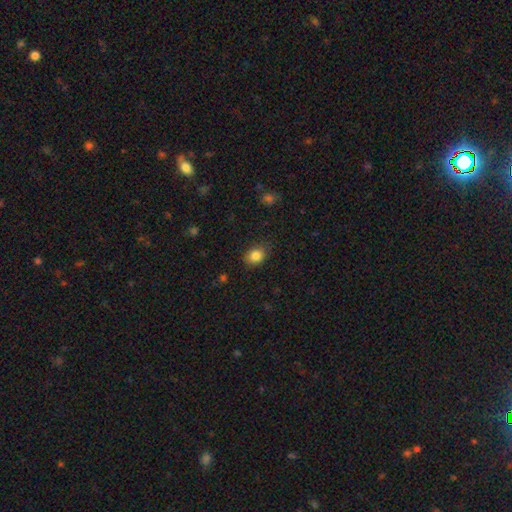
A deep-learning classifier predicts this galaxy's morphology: Smooth or featured? Predicted: smooth (p=0.85). How rounded? Predicted: in between (p=0.50). Merging? Predicted: none (p=0.81).